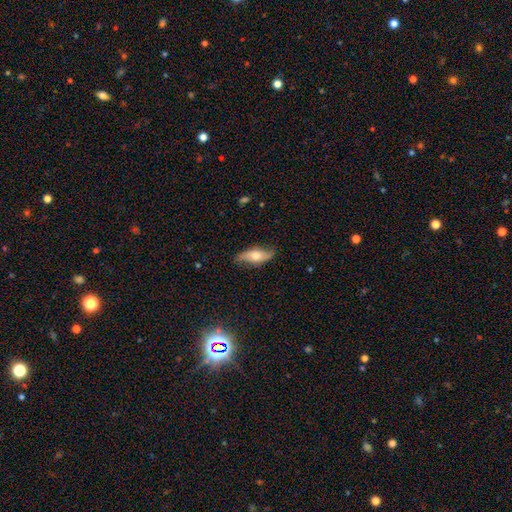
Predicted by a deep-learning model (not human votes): Smooth or featured?
  - featured or disk: 47% *
  - smooth: 46%
  - star or artifact: 7%
Merging?
  - none: 75% *
  - minor disturbance: 20%
  - major disturbance: 4%
  - merger: 1%